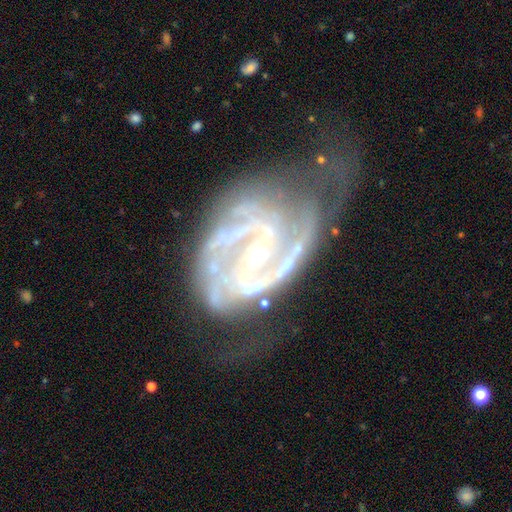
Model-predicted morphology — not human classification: smooth-or-featured: featured or disk: 91% | star or artifact: 6% | smooth: 3%
  disk-edge-on: no: 97% | yes: 3%
    bar: weak: 37% | no: 35% | strong: 28%
    has-spiral-arms: yes: 97% | no: 3%
      spiral-winding: medium: 46% | tight: 43% | loose: 11%
      spiral-arm-count: 2: 58% | 3: 15% | can't tell: 12% | 4: 5% | 1: 5% | more than 4: 4%
    bulge-size: small: 73% | moderate: 23% | none: 2% | large: 1% | dominant: 1%
  merging: none: 42% | major disturbance: 28% | minor disturbance: 27% | merger: 3%